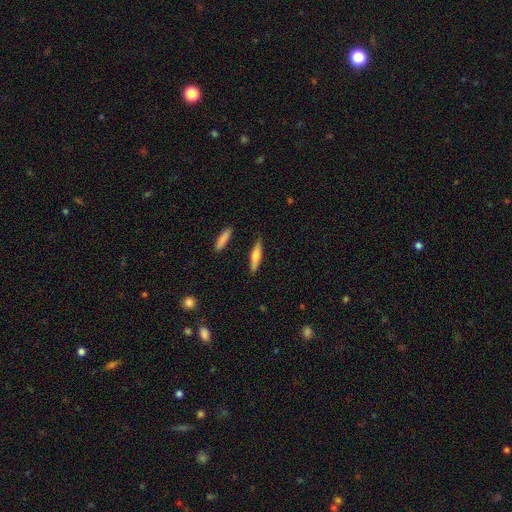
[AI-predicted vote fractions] Morphology: type=smooth (59%); roundness=cigar-shaped (77%); merging=none (86%).